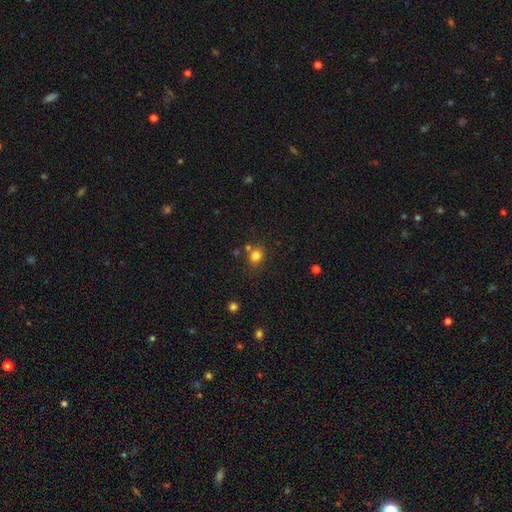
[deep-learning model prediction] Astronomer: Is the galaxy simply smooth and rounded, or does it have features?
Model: smooth — 81%.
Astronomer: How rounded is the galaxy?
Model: round — 73%.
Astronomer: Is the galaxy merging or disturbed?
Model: none — 71%.